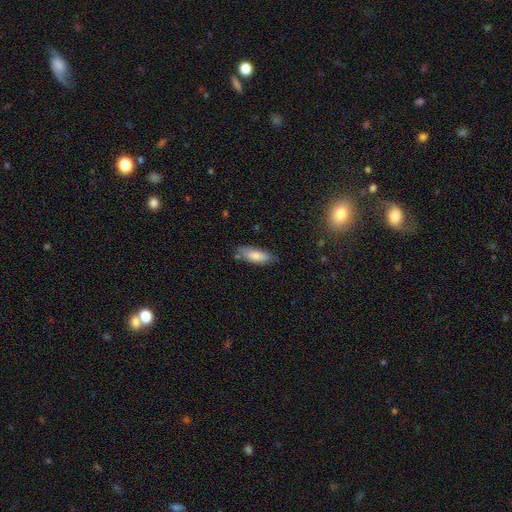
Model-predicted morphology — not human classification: Smooth or featured? Predicted: smooth (p=0.82). How rounded? Predicted: in between (p=0.66). Merging? Predicted: none (p=0.73).